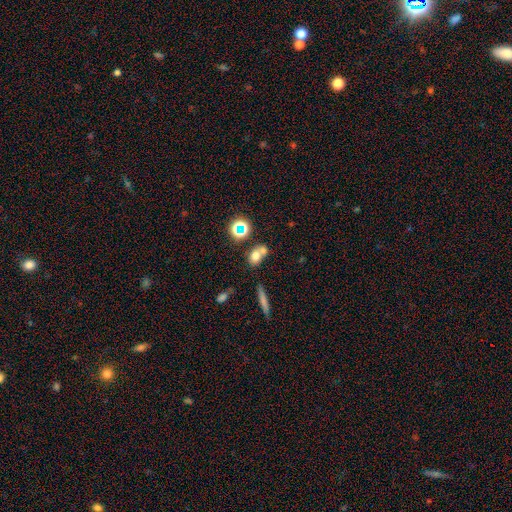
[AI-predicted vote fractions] Smooth or featured? smooth (68%)
How rounded? in between (50%)
Merging? merger (47%)